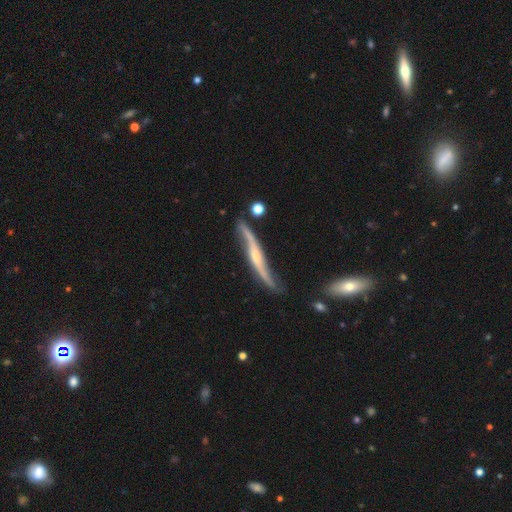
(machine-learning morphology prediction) featured or disk 84%, smooth 11%, star or artifact 5%. Down the decision tree: edge-on disk — yes (57%); merging — none (64%).